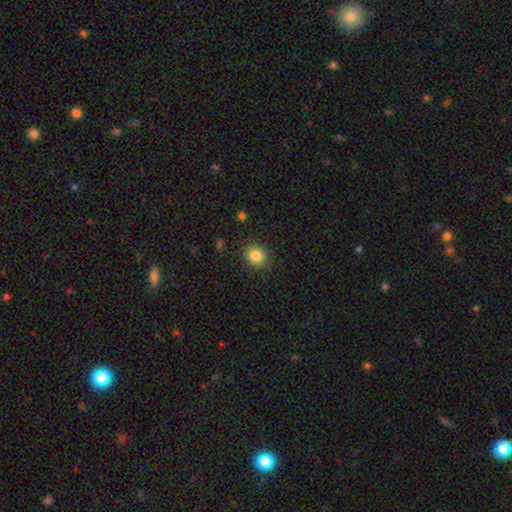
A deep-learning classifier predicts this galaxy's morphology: smooth-or-featured: smooth: 85% | star or artifact: 10% | featured or disk: 5%
  how-rounded: round: 72% | in between: 27% | cigar-shaped: 1%
  merging: none: 87% | minor disturbance: 9% | major disturbance: 3% | merger: 1%